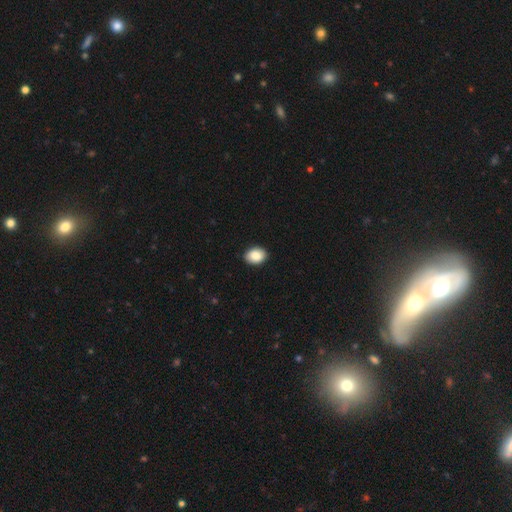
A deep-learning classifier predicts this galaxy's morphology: This appears to be a smooth galaxy with no disk features (88%) that is in between round and cigar-shaped (72%). Merging: none (90%).